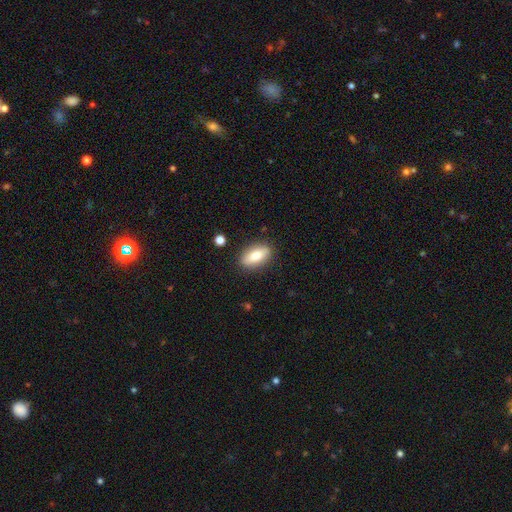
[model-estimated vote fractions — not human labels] This is likely a smooth galaxy (76%). How rounded: clearly in between (86%). Merging: clearly none (86%).